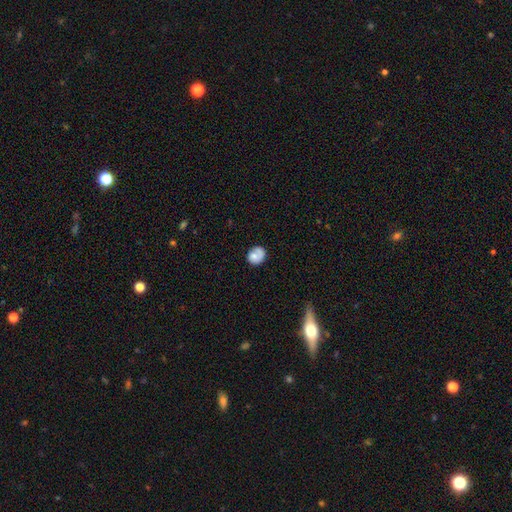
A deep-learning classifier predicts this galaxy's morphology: Q: Smooth or featured?
A: smooth (67%); runner-up: featured or disk (25%)
Q: How rounded?
A: round (64%); runner-up: in between (35%)
Q: Merging?
A: none (61%); runner-up: minor disturbance (23%)